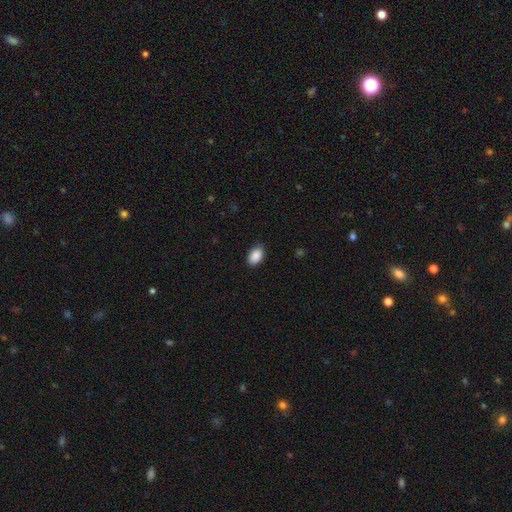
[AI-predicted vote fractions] This appears to be a smooth galaxy with no disk features (90%) that is in between round and cigar-shaped (90%). Merging: none (85%).